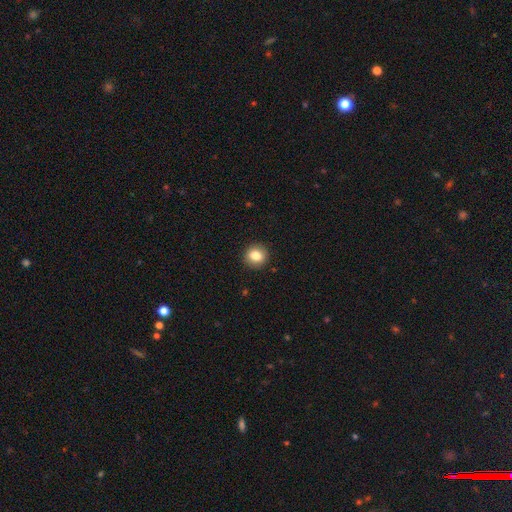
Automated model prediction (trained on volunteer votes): smooth-or-featured: smooth: 83% | star or artifact: 9% | featured or disk: 8%
  how-rounded: round: 85% | in between: 14% | cigar-shaped: 1%
  merging: none: 91% | minor disturbance: 6% | major disturbance: 2% | merger: 1%